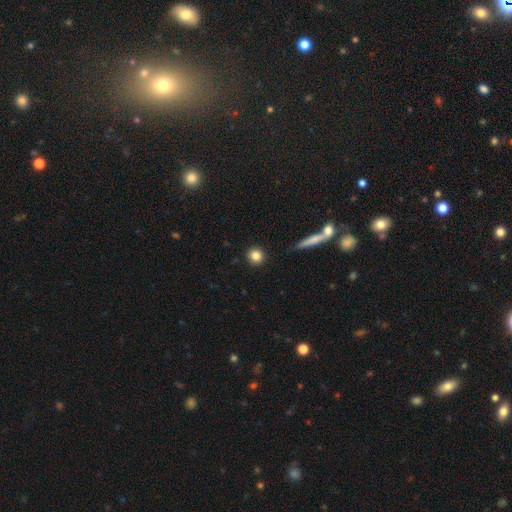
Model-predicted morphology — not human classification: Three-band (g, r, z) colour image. It shows a smooth galaxy with no disk features (83%) that is round (91%). Merging: none (91%).